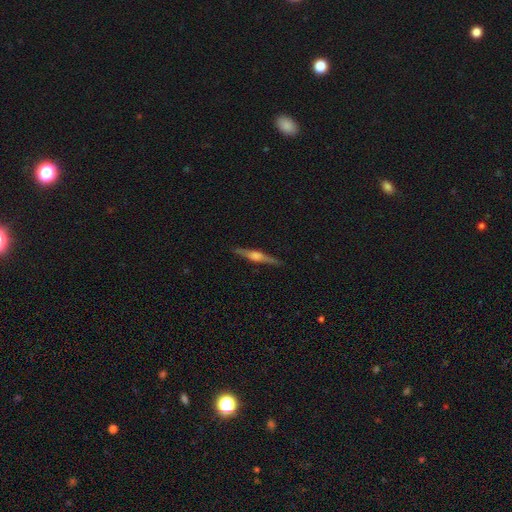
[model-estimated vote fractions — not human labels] A featured or disk galaxy (80%) viewed edge-on (98%) with a rounded central bulge (83%). Merging: none (91%).